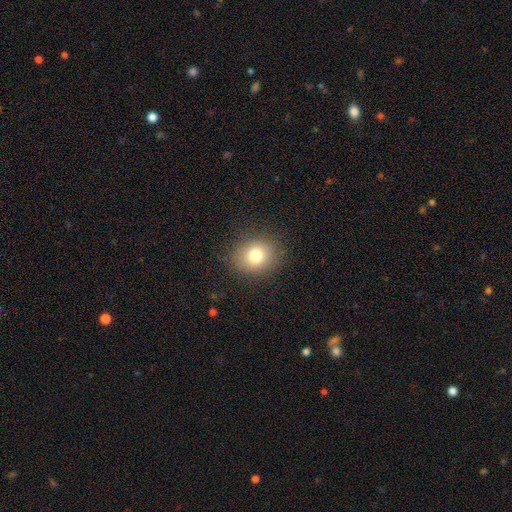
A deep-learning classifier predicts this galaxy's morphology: The model was most divided on "how rounded": round: 63%, in between: 36%, cigar-shaped: 1%. More confident: merging — none (85%); smooth or featured — smooth (79%).